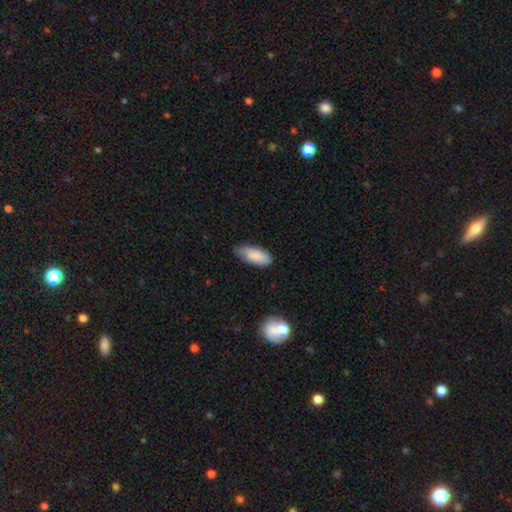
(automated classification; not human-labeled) smooth_or_featured: smooth (p=0.86) [alt: featured or disk p=0.08]
how_rounded: in between (p=0.87) [alt: cigar-shaped p=0.11]
merging: none (p=0.66) [alt: minor disturbance p=0.28]